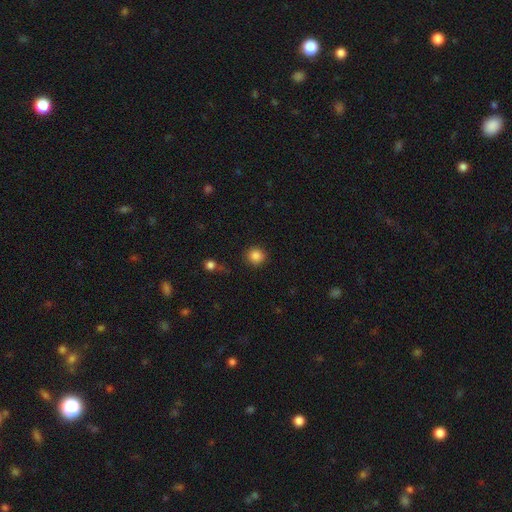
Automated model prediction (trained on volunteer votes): Q: Smooth or featured?
A: smooth (86%); runner-up: star or artifact (10%)
Q: How rounded?
A: round (91%); runner-up: in between (8%)
Q: Merging?
A: none (88%); runner-up: minor disturbance (7%)